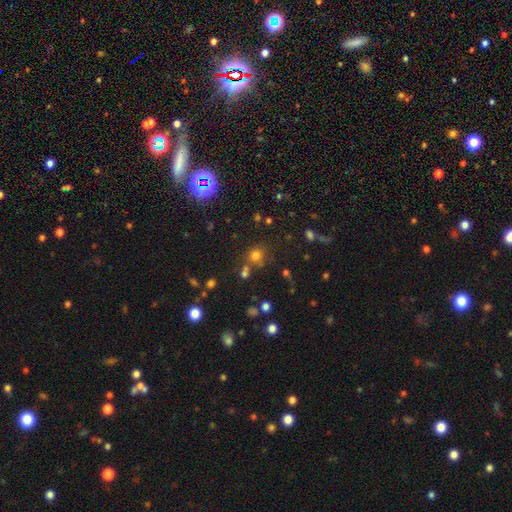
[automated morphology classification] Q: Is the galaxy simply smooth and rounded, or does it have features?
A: smooth — 70%.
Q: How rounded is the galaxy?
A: round — 86%.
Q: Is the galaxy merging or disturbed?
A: none — 69%.